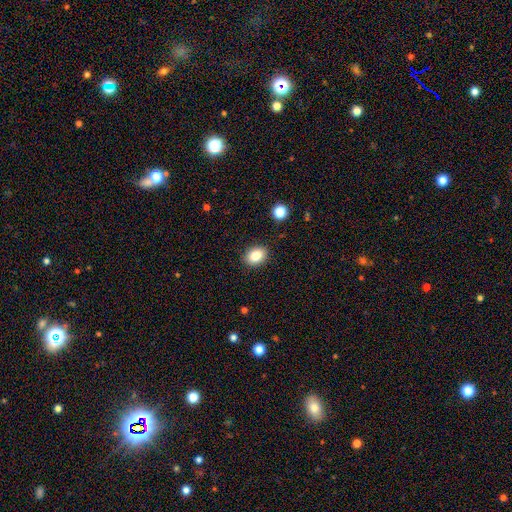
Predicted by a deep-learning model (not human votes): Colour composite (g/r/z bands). It shows a smooth galaxy with no disk features (84%) that is in between round and cigar-shaped (65%). Merging: none (88%).